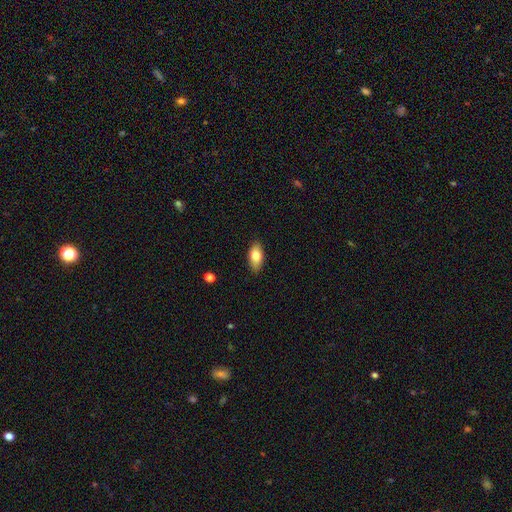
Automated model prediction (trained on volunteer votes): The model was most divided on "smooth or featured": smooth: 80%, featured or disk: 14%, star or artifact: 7%. More confident: how rounded — in between (90%); merging — none (88%).